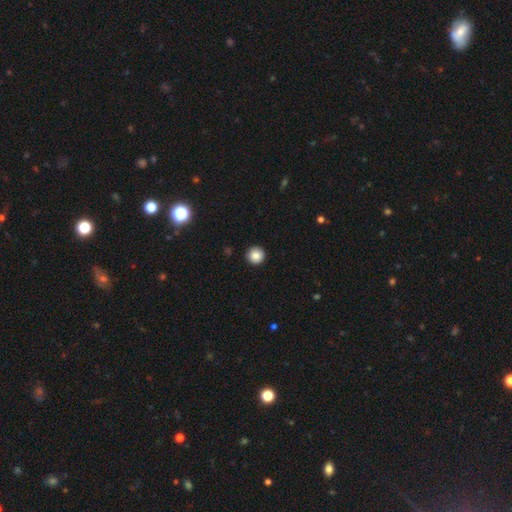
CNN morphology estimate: smooth_or_featured: smooth (p=0.86) [alt: star or artifact p=0.10]
how_rounded: round (p=0.96) [alt: in between p=0.03]
merging: none (p=0.93) [alt: minor disturbance p=0.05]